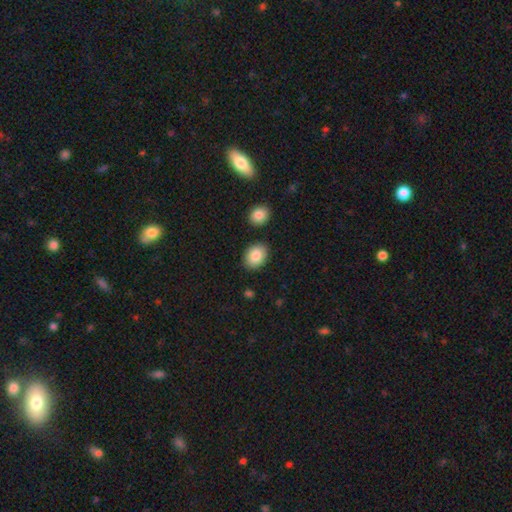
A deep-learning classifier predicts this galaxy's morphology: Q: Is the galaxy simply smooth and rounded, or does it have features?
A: smooth — 85%.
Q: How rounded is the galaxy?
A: in between — 69%.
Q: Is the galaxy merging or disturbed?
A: none — 84%.